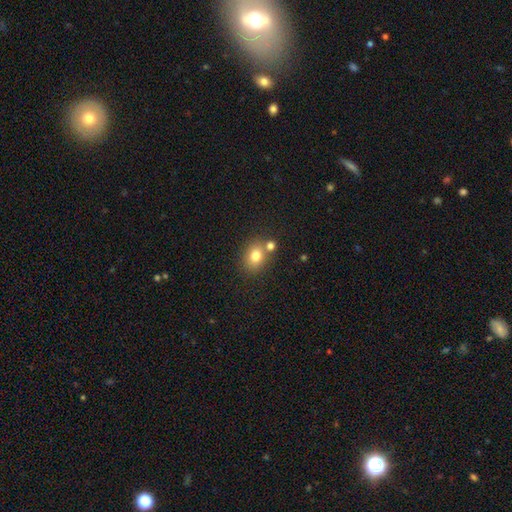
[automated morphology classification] This is likely a smooth galaxy (79%). How rounded: possibly round (54%). Merging: likely none (64%).